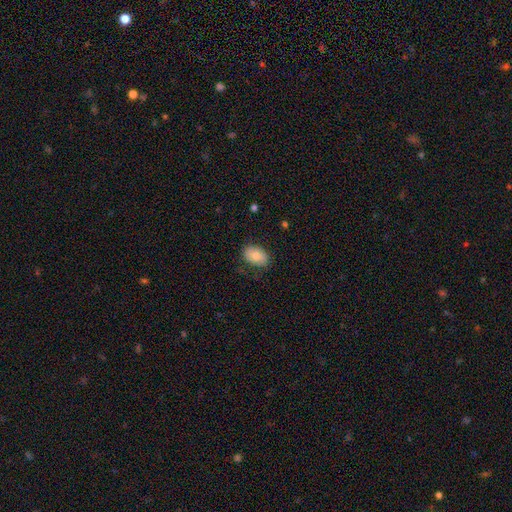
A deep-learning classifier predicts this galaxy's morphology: Smooth or featured? smooth (76%)
How rounded? in between (85%)
Merging? none (80%)